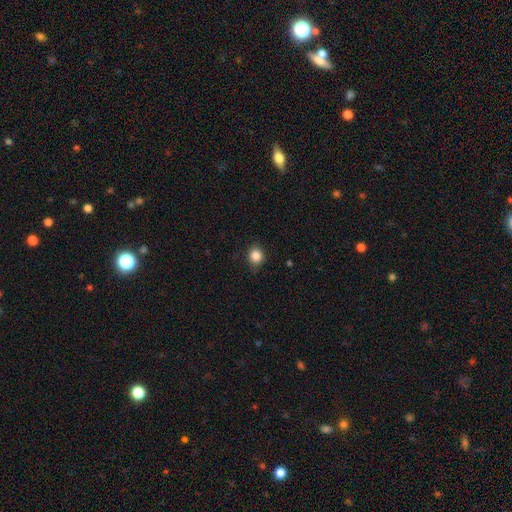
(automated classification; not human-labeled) The model was most divided on "how rounded": round: 73%, in between: 26%, cigar-shaped: 1%. More confident: smooth or featured — smooth (85%); merging — none (82%).